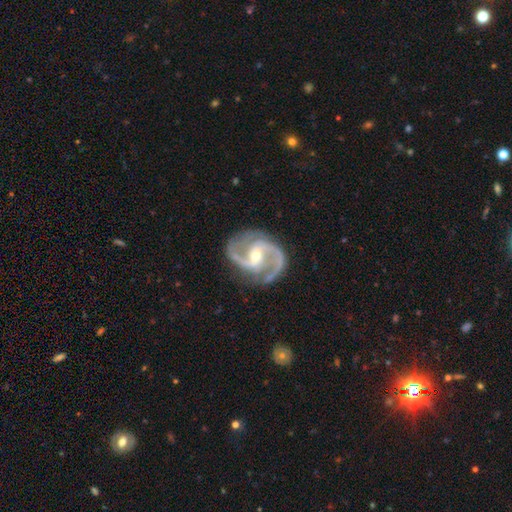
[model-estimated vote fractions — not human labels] smooth-or-featured: featured or disk: 93% | star or artifact: 4% | smooth: 2%
  disk-edge-on: no: 98% | yes: 2%
    bar: weak: 39% | no: 33% | strong: 28%
    has-spiral-arms: yes: 99% | no: 1%
      spiral-winding: medium: 62% | tight: 19% | loose: 18%
      spiral-arm-count: 2: 91% | 3: 3% | can't tell: 2% | 1: 1% | 4: 1% | more than 4: 1%
    bulge-size: small: 53% | moderate: 45% | large: 1% | none: 1% | dominant: 1%
  merging: none: 79% | minor disturbance: 14% | major disturbance: 5% | merger: 2%